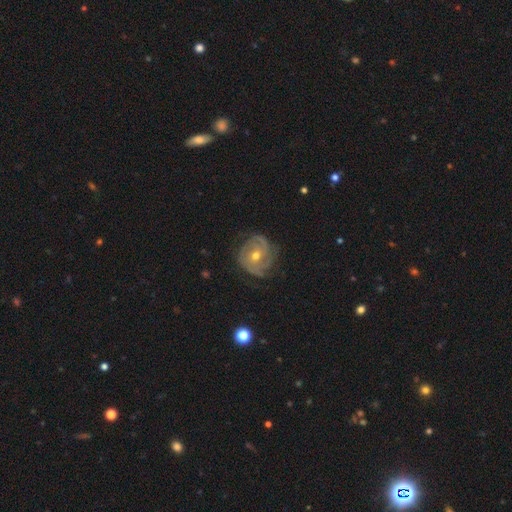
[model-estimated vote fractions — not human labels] Morphology: type=featured or disk (83%); edge-on=no (97%); bar=no (72%); spiral arms=yes (93%); winding=tight (65%); arm count=3 (33%); bulge=moderate (64%); merging=none (71%).